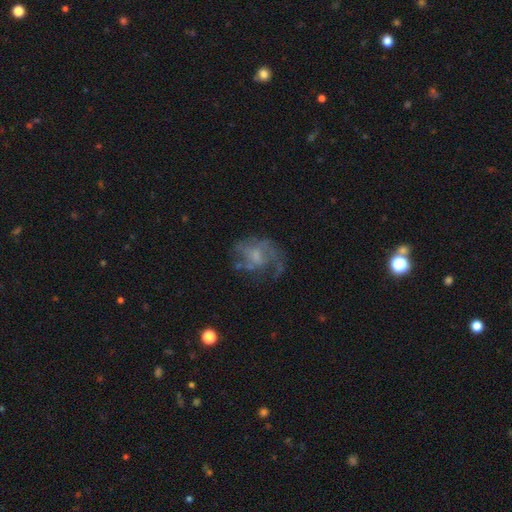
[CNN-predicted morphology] Smooth or featured: featured or disk — 65% (smooth — 25%)
Edge-on disk: no — 97% (yes — 3%)
Bar: no — 61% (weak — 34%)
Spiral arms: yes — 63% (no — 37%)
Bulge size: small — 36% (none — 30%)
Merging: none — 41% (major disturbance — 36%)